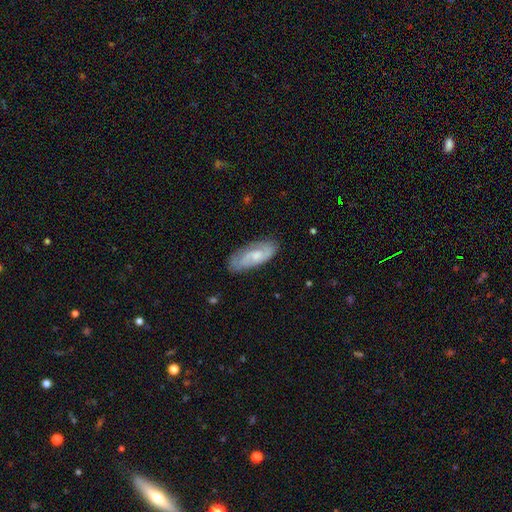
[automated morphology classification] A featured or disk galaxy (62%) with no bar (53%), spiral arms (88%) and a moderate central bulge (44%). Merging: none (76%).